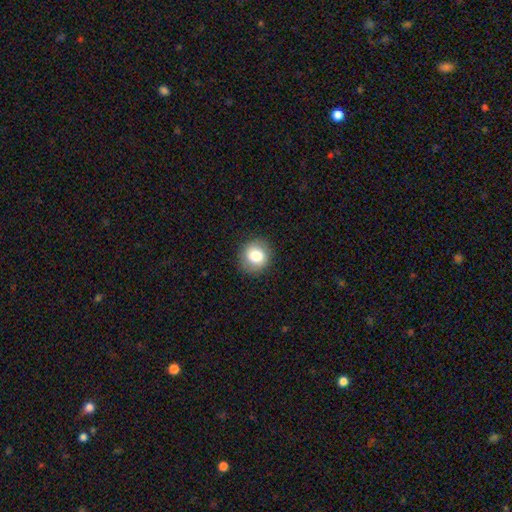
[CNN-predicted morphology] A smooth galaxy with no disk features (79%) that is round (86%). Merging: none (89%).